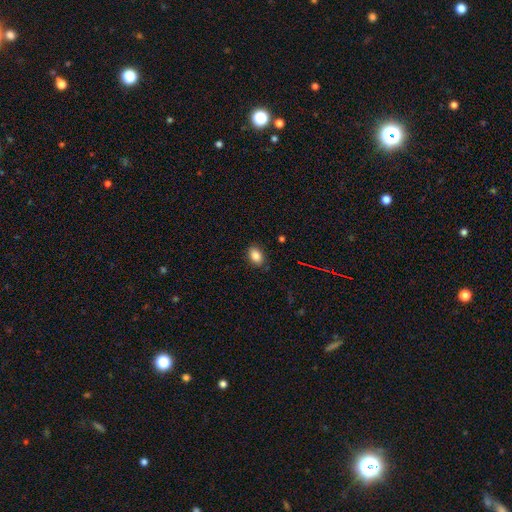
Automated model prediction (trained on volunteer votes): smooth-or-featured: smooth: 85% | star or artifact: 10% | featured or disk: 6%
  how-rounded: in between: 83% | round: 16% | cigar-shaped: 1%
  merging: none: 84% | minor disturbance: 12% | major disturbance: 3% | merger: 1%